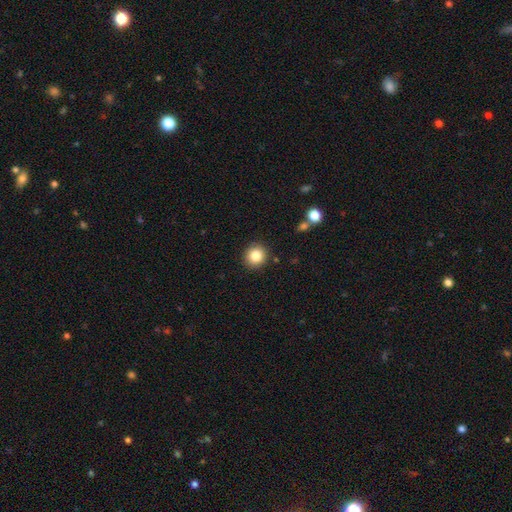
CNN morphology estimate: smooth_or_featured: smooth (p=0.84) [alt: star or artifact p=0.10]
how_rounded: round (p=0.90) [alt: in between p=0.10]
merging: none (p=0.90) [alt: minor disturbance p=0.06]